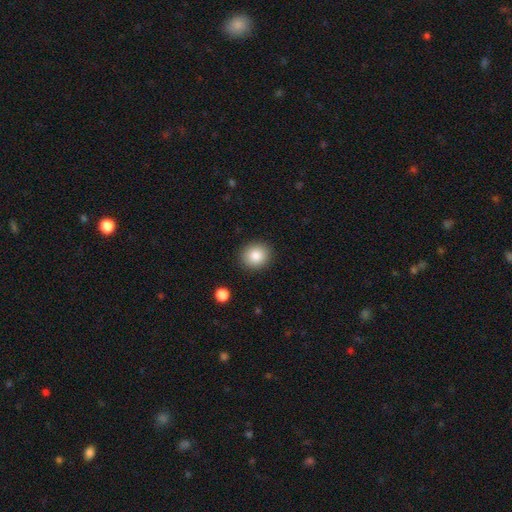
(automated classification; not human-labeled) Q: Smooth or featured?
A: smooth (85%); runner-up: star or artifact (9%)
Q: How rounded?
A: round (81%); runner-up: in between (18%)
Q: Merging?
A: none (90%); runner-up: minor disturbance (7%)